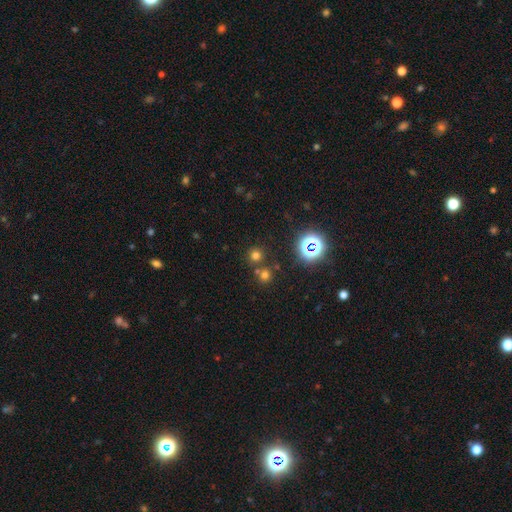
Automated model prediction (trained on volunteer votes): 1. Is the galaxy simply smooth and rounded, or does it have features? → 63% smooth, 31% star or artifact, 7% featured or disk.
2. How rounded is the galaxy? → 93% round, 6% in between, 1% cigar-shaped.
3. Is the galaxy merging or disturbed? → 72% none, 19% merger, 6% minor disturbance, 3% major disturbance.